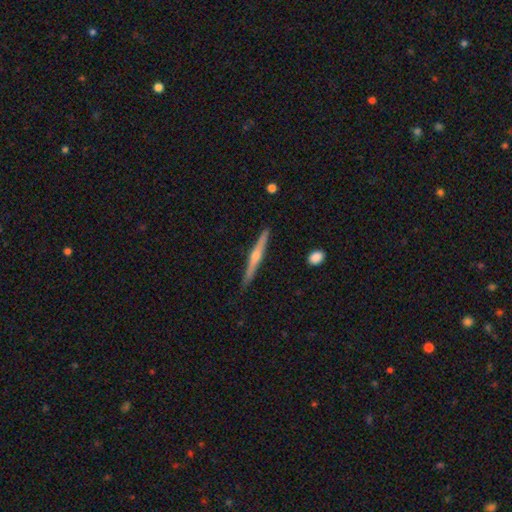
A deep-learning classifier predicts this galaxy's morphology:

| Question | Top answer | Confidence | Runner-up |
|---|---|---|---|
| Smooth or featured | featured or disk | 77% | smooth (17%) |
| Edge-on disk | yes | 98% | no (2%) |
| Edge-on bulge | rounded | 88% | none (8%) |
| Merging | none | 91% | minor disturbance (7%) |